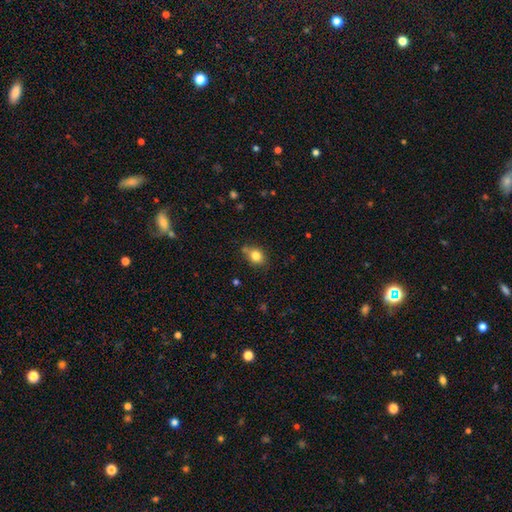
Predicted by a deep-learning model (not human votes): This is clearly a smooth galaxy (81%). How rounded: possibly in between (53%). Merging: likely none (68%).